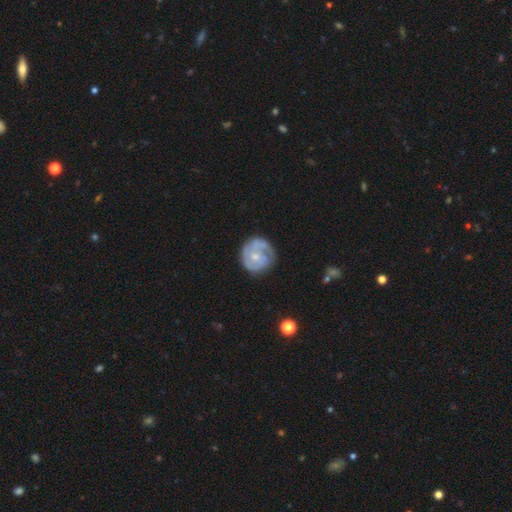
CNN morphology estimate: Smooth or featured?
  - featured or disk: 75% *
  - smooth: 20%
  - star or artifact: 5%
Edge-on disk?
  - no: 98% *
  - yes: 2%
Bar?
  - no: 72% *
  - weak: 24%
  - strong: 4%
Spiral arms?
  - yes: 86% *
  - no: 14%
Spiral winding?
  - tight: 59% *
  - medium: 31%
  - loose: 10%
Spiral arm count?
  - 2: 36% *
  - can't tell: 27%
  - 3: 20%
  - 1: 9%
  - 4: 4%
  - more than 4: 3%
Bulge size?
  - small: 53% *
  - moderate: 40%
  - none: 4%
  - large: 2%
  - dominant: 1%
Merging?
  - none: 66% *
  - minor disturbance: 22%
  - major disturbance: 9%
  - merger: 3%